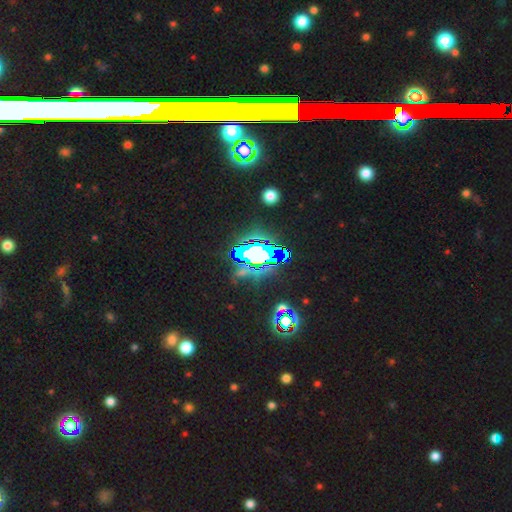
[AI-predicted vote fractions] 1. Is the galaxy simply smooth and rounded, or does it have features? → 66% star or artifact, 18% smooth, 16% featured or disk.